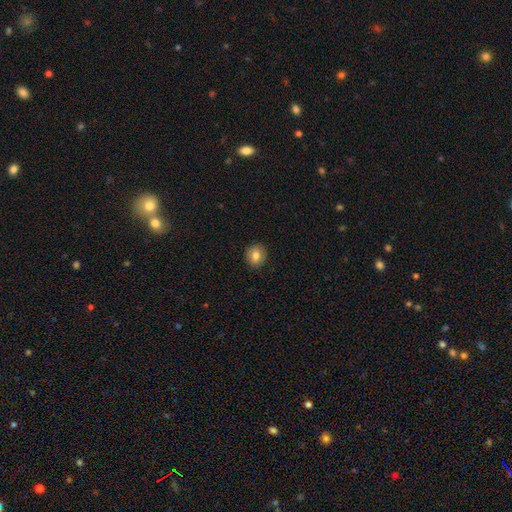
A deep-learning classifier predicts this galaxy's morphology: Q: Smooth or featured?
A: smooth (80%); runner-up: featured or disk (11%)
Q: How rounded?
A: round (76%); runner-up: in between (23%)
Q: Merging?
A: none (89%); runner-up: minor disturbance (8%)